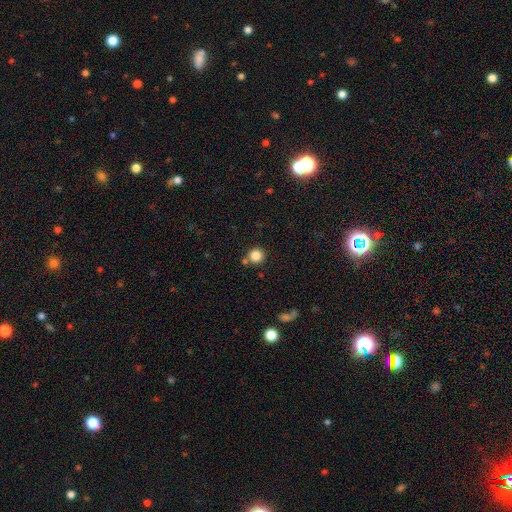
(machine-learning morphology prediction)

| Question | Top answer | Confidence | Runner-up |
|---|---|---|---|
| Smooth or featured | smooth | 84% | star or artifact (11%) |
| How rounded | round | 93% | in between (6%) |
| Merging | none | 78% | merger (11%) |